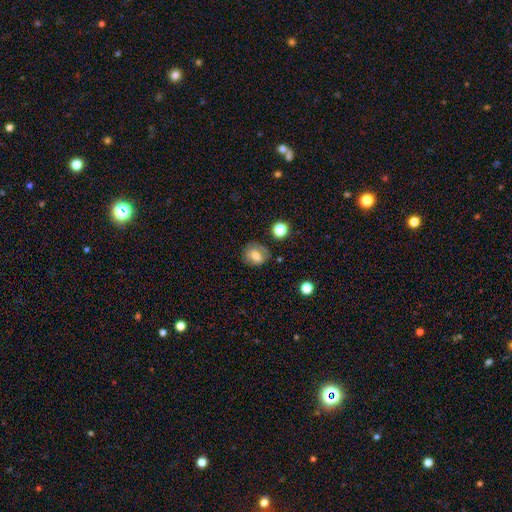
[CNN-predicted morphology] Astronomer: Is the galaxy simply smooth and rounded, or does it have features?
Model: smooth — 67%.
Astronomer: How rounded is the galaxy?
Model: round — 61% (runner-up: in between, 38%).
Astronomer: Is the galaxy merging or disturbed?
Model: none — 70%.